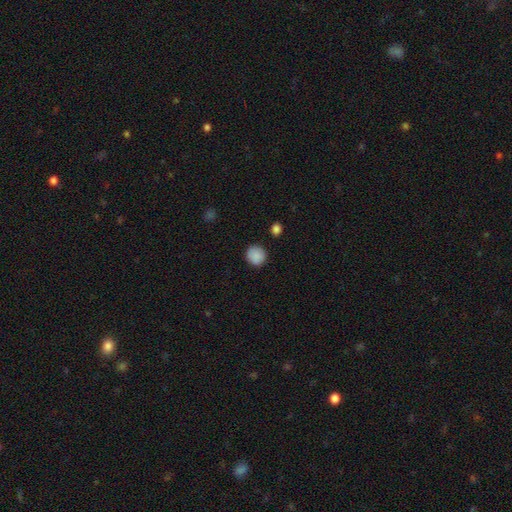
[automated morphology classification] smooth_or_featured: smooth (p=0.88) [alt: star or artifact p=0.08]
how_rounded: round (p=0.92) [alt: in between p=0.07]
merging: none (p=0.88) [alt: minor disturbance p=0.08]